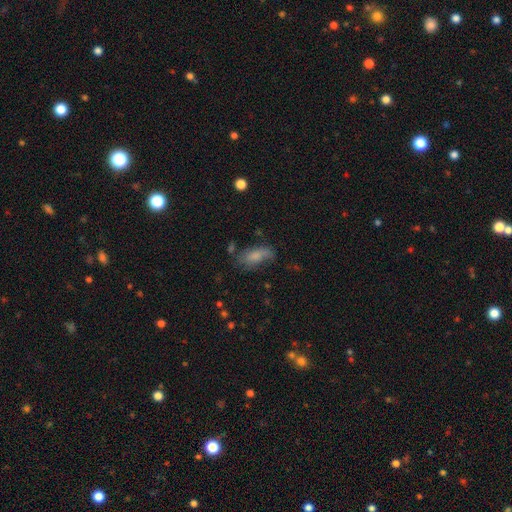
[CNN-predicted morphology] Q: Smooth or featured?
A: smooth (69%); runner-up: featured or disk (20%)
Q: How rounded?
A: in between (82%); runner-up: cigar-shaped (14%)
Q: Merging?
A: none (51%); runner-up: minor disturbance (29%)